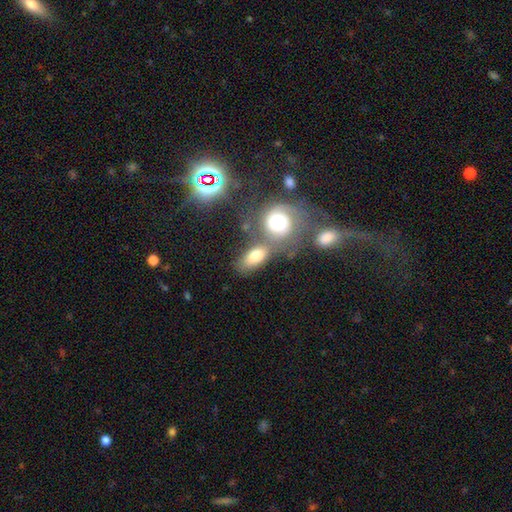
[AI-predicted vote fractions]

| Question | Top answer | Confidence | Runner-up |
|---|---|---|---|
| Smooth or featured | smooth | 72% | featured or disk (19%) |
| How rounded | in between | 81% | round (15%) |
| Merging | none | 42% | merger (37%) |